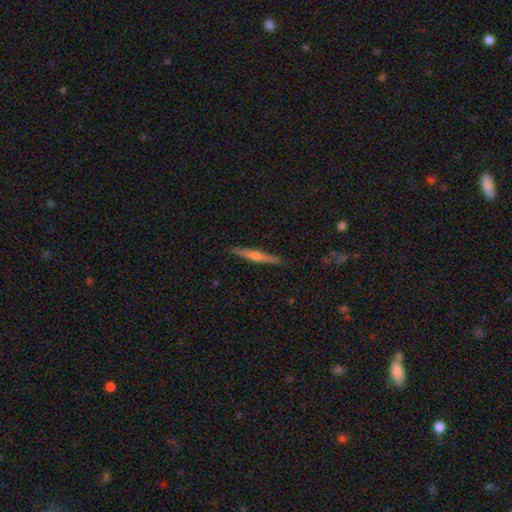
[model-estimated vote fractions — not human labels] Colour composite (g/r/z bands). It shows a featured or disk galaxy (72%) viewed edge-on (98%) with a rounded central bulge (86%). Merging: none (91%).